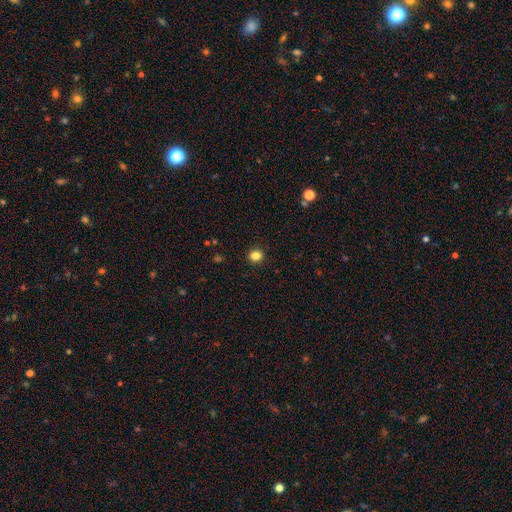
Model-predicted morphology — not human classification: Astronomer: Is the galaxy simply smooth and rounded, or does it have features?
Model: smooth — 84%.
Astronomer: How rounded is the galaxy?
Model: round — 77%.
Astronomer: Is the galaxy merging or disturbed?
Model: none — 91%.